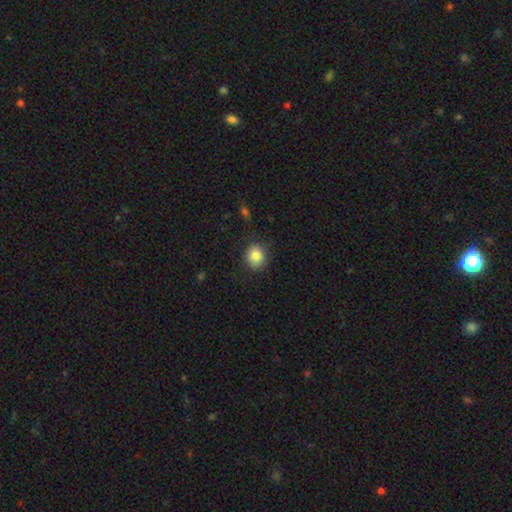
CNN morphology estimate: type=smooth (84%); roundness=round (69%); merging=none (84%).